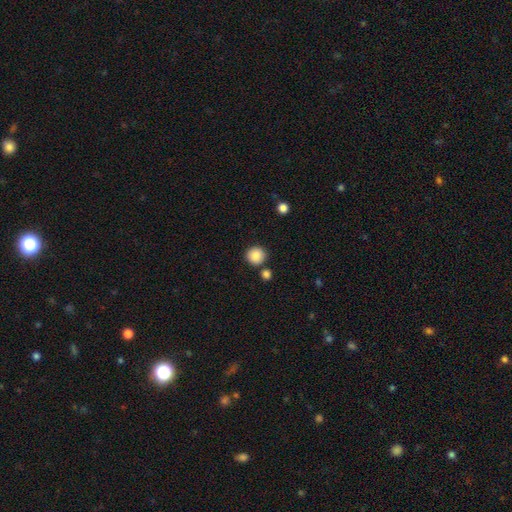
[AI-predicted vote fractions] This is clearly a smooth galaxy (87%). How rounded: clearly round (92%). Merging: clearly none (82%).